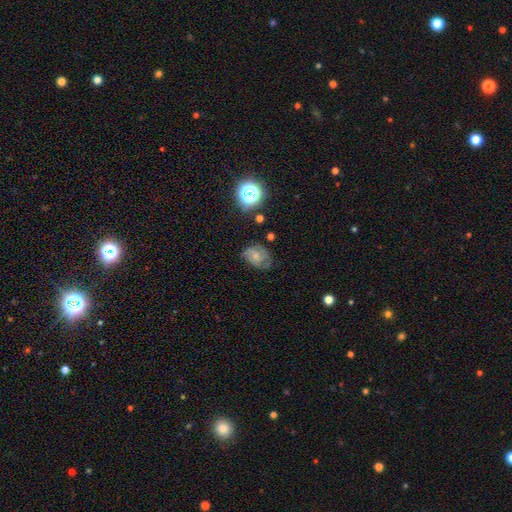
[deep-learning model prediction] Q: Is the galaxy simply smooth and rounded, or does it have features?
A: featured or disk — 54%.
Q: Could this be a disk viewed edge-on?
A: no — 97%.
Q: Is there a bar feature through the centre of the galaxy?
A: no — 70%.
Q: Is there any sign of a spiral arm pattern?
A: yes — 82%.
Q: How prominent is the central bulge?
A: small — 54%.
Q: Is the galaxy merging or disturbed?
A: none — 57%.